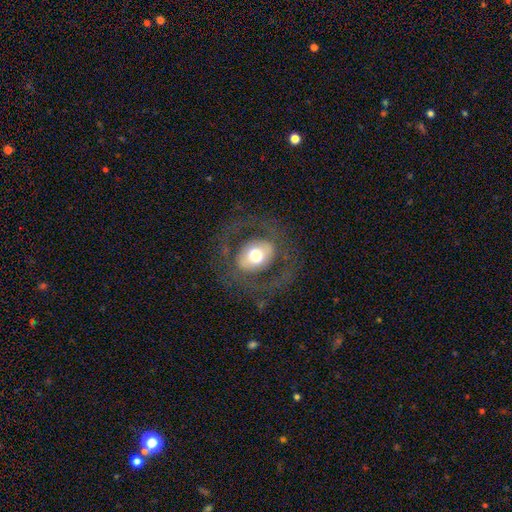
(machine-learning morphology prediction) Q: Smooth or featured?
A: featured or disk (53%); runner-up: smooth (39%)
Q: Edge-on disk?
A: no (94%); runner-up: yes (6%)
Q: Merging?
A: none (72%); runner-up: major disturbance (15%)